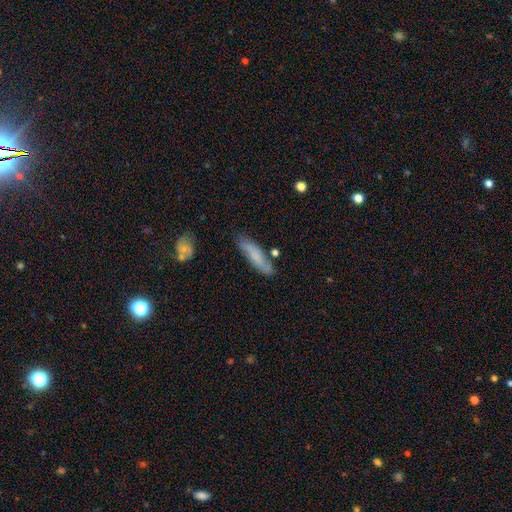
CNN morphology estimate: A smooth galaxy with no disk features (64%) that is cigar-shaped (74%).

Vote fractions:
- Smooth or featured? smooth: 64% / featured or disk: 29% / star or artifact: 7%
- How rounded? cigar-shaped: 74% / in between: 24% / round: 2%
- Merging? none: 76% / minor disturbance: 17% / merger: 4% / major disturbance: 3%